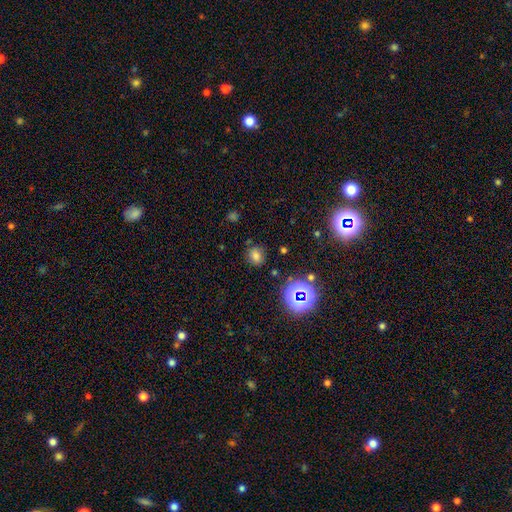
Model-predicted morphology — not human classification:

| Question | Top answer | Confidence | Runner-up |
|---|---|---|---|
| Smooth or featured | smooth | 69% | star or artifact (23%) |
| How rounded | round | 69% | in between (30%) |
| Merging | none | 83% | minor disturbance (11%) |